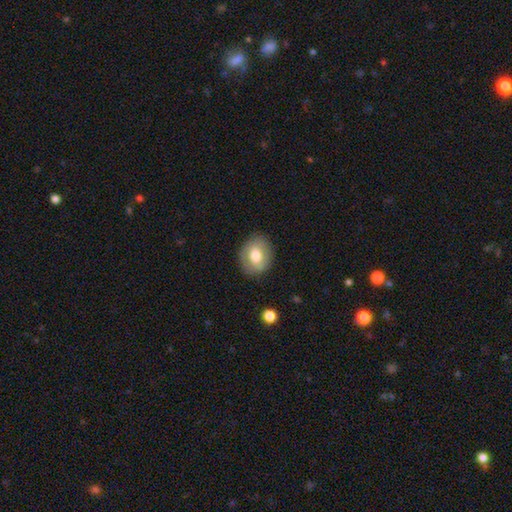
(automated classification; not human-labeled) Morphology: type=smooth (69%); roundness=in between (51%); merging=none (84%).